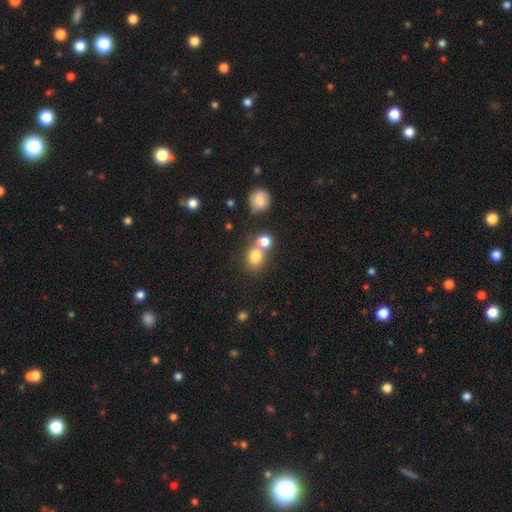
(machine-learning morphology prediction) smooth-or-featured: smooth: 78% | star or artifact: 11% | featured or disk: 10%
  how-rounded: round: 61% | in between: 38% | cigar-shaped: 1%
  merging: merger: 51% | none: 37% | minor disturbance: 8% | major disturbance: 4%